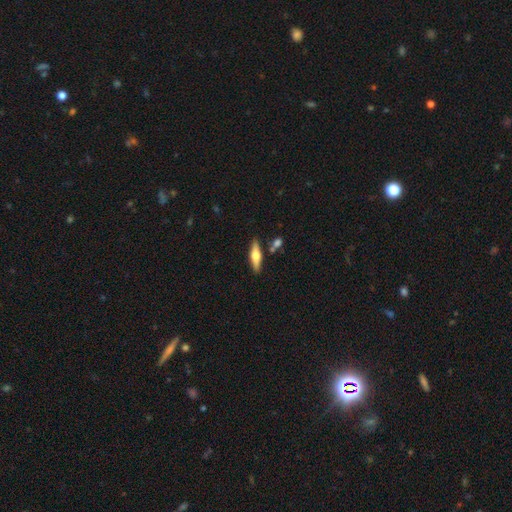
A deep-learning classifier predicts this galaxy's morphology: A featured or disk galaxy (50%). Merging: none (82%).